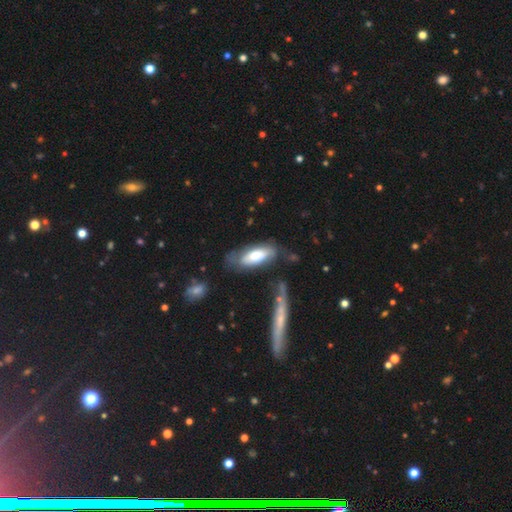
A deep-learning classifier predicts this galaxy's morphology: smooth_or_featured: smooth (p=0.61) [alt: featured or disk p=0.33]
how_rounded: in between (p=0.74) [alt: cigar-shaped p=0.24]
merging: none (p=0.54) [alt: minor disturbance p=0.25]